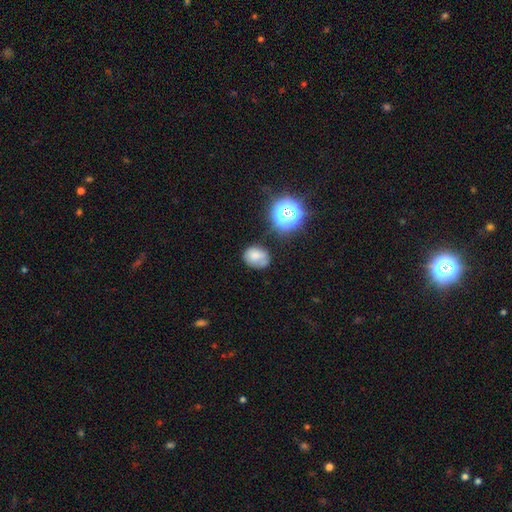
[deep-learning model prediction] Overall: smooth (70%). How rounded: in between (50%; round 49%). Merging: none (49%; minor disturbance 29%).